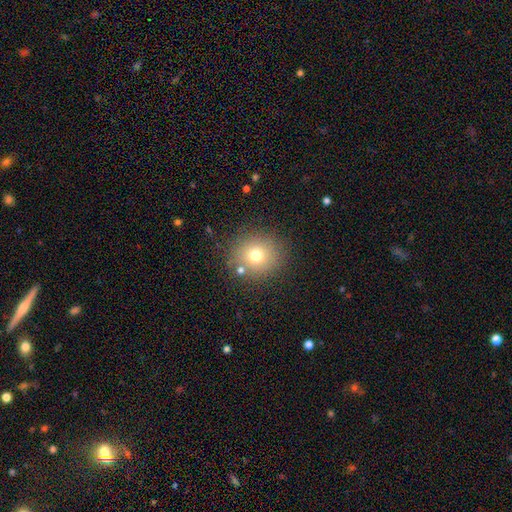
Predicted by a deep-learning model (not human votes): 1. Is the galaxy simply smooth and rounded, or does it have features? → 71% smooth, 16% star or artifact, 13% featured or disk.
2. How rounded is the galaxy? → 89% round, 11% in between, 1% cigar-shaped.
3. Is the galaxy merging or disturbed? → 82% none, 9% minor disturbance, 5% merger, 4% major disturbance.